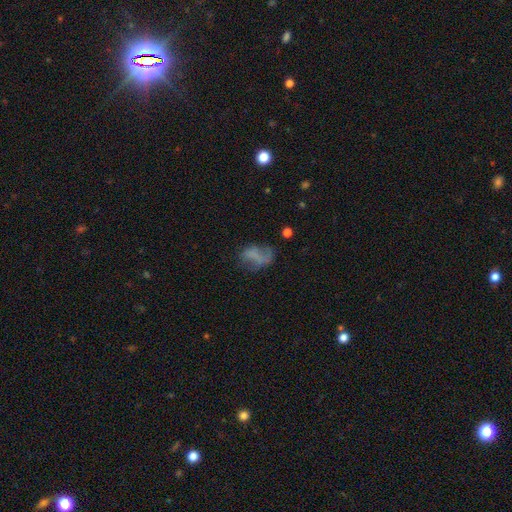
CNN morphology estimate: This appears to be a smooth galaxy with no disk features (50%) that is in between round and cigar-shaped (82%). Merging: none (36%).